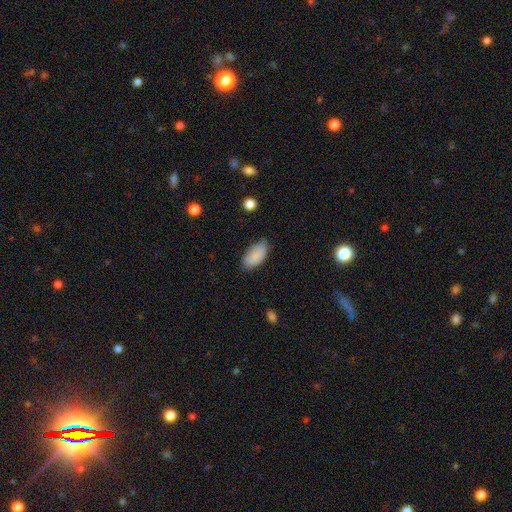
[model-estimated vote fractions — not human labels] Smooth or featured? smooth (87%)
How rounded? in between (94%)
Merging? none (68%)